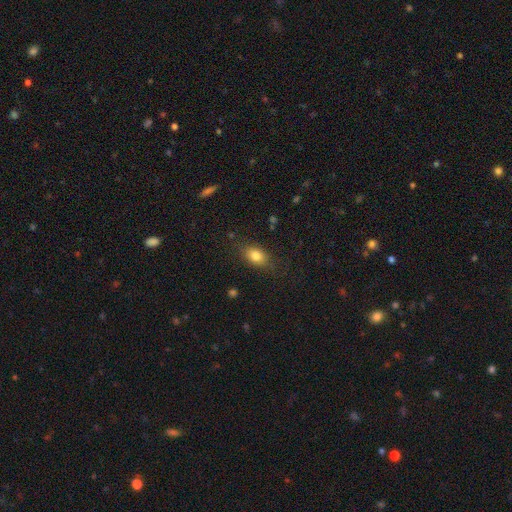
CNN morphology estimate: type=smooth (80%); roundness=in between (79%); merging=none (78%).